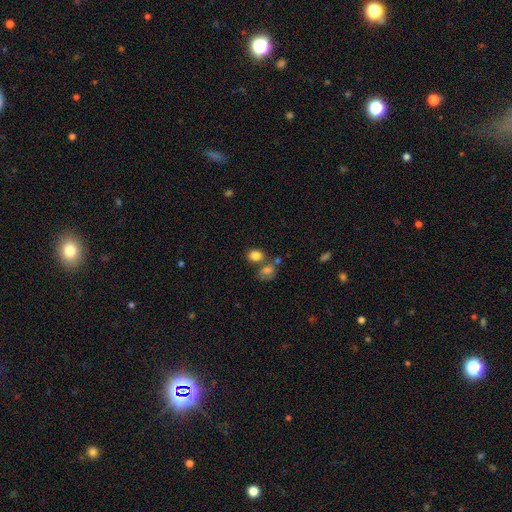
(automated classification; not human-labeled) smooth_or_featured: smooth (p=0.81) [alt: star or artifact p=0.11]
how_rounded: in between (p=0.57) [alt: round p=0.42]
merging: none (p=0.55) [alt: merger p=0.27]